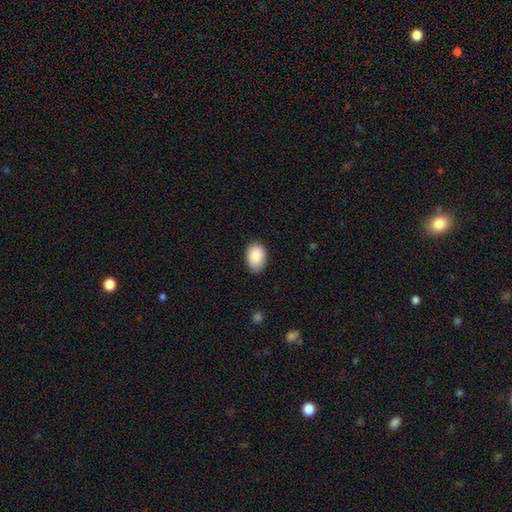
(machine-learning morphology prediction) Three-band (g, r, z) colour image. It shows a smooth galaxy with no disk features (88%) that is in between round and cigar-shaped (87%). Merging: none (84%).